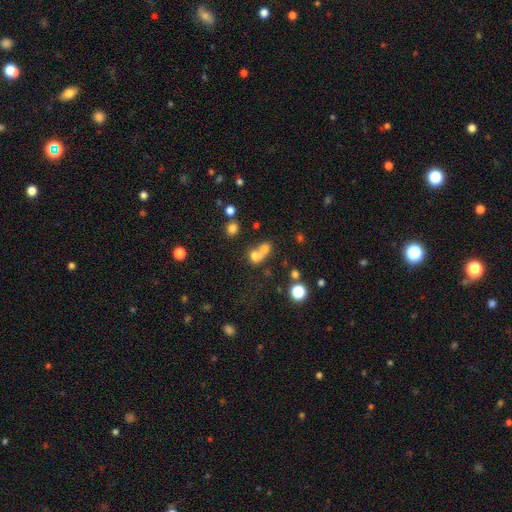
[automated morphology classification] This is likely a smooth galaxy (66%). How rounded: likely round (69%). Merging: likely merger (64%).